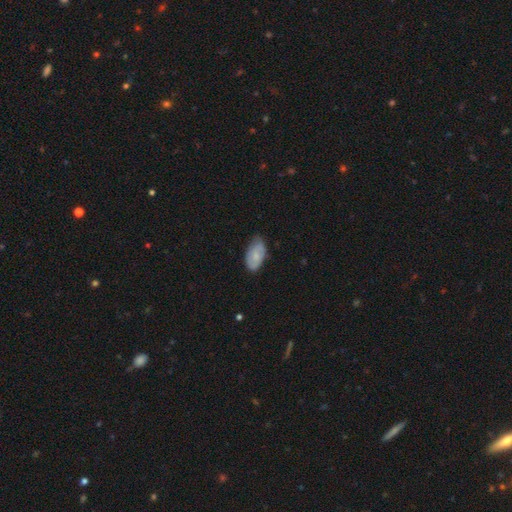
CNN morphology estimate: Smooth or featured?
  - smooth: 64% *
  - featured or disk: 29%
  - star or artifact: 6%
How rounded?
  - in between: 94% *
  - round: 4%
  - cigar-shaped: 3%
Merging?
  - none: 61% *
  - minor disturbance: 32%
  - major disturbance: 5%
  - merger: 1%